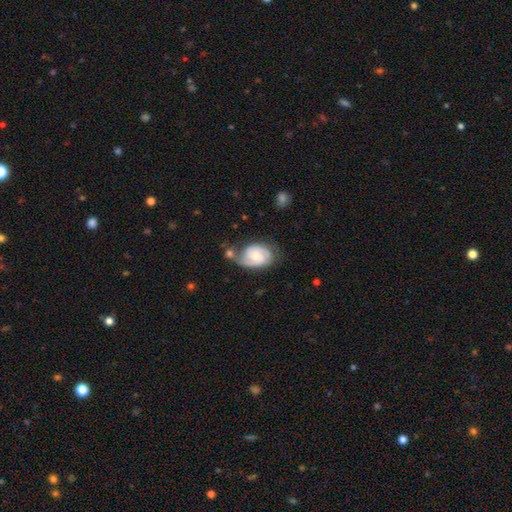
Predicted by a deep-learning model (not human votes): A featured or disk galaxy (70%) with no bar (61%), 2 (70%) tight (50%) spiral arms (92%) and a moderate central bulge (52%). Merging: none (48%).